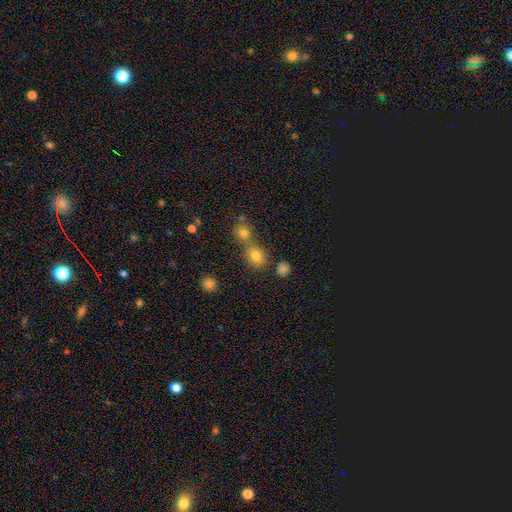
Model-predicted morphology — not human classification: This is likely a smooth galaxy (75%). How rounded: likely round (71%). Merging: possibly none (53%).